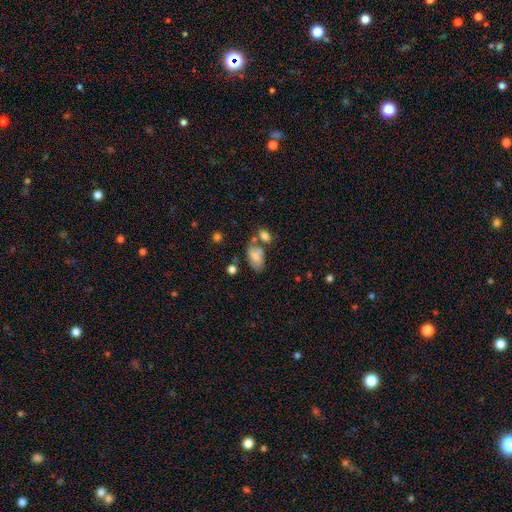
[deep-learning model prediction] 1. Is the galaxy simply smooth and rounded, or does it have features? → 73% smooth, 19% featured or disk, 8% star or artifact.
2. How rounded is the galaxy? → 92% in between, 6% round, 2% cigar-shaped.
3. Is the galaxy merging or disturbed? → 45% none, 24% merger, 22% minor disturbance, 9% major disturbance.